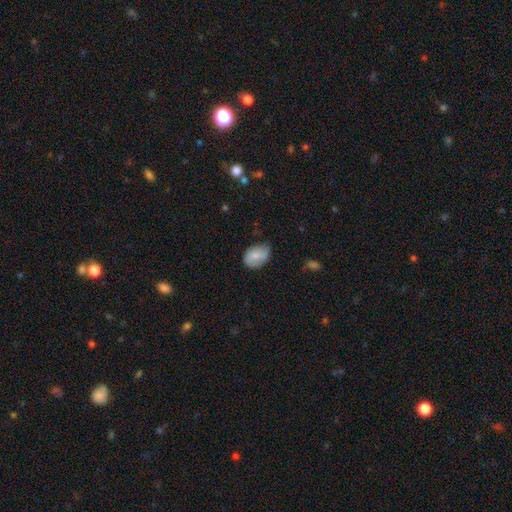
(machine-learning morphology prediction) Smooth or featured? smooth (72%)
How rounded? in between (76%)
Merging? none (59%)